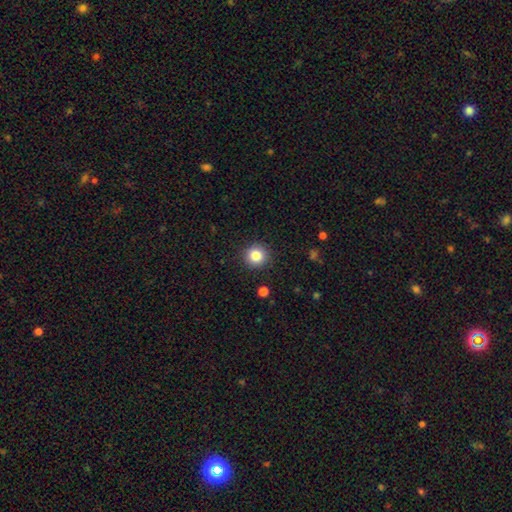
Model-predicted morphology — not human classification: The model was most divided on "smooth or featured": smooth: 85%, star or artifact: 10%, featured or disk: 5%. More confident: how rounded — round (94%); merging — none (91%).